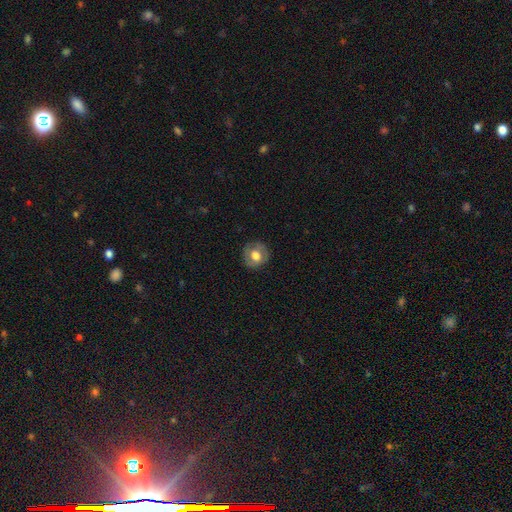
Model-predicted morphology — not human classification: This is likely a smooth galaxy (61%). How rounded: clearly round (84%). Merging: clearly none (83%).